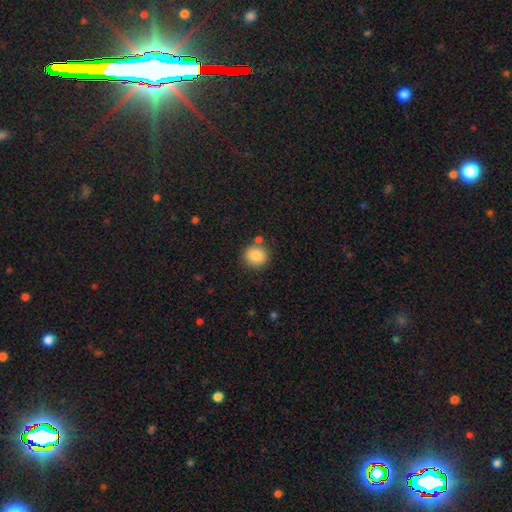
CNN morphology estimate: Overall: smooth (86%). How rounded: round (88%). Merging: none (80%).